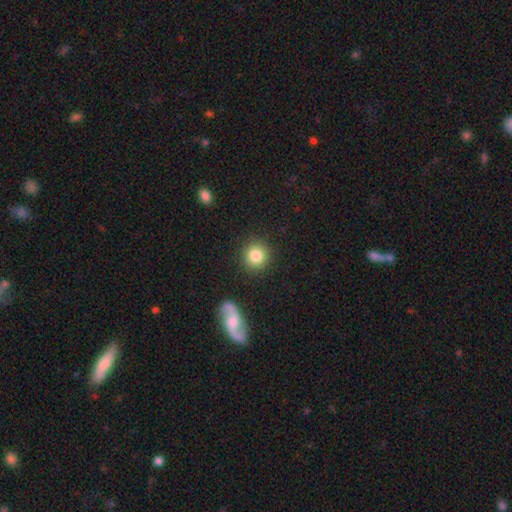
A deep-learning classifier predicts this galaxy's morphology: Overall: smooth (83%). How rounded: round (92%). Merging: none (89%).